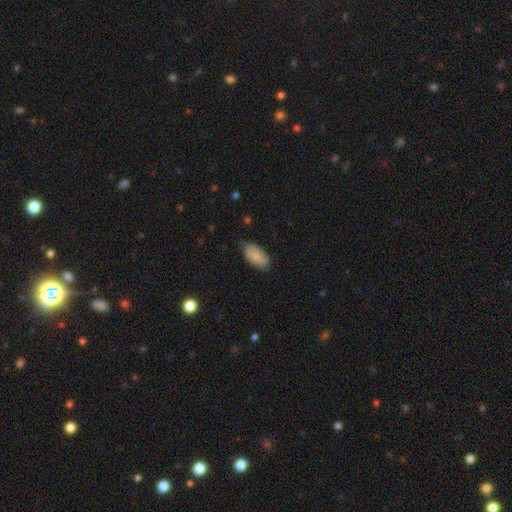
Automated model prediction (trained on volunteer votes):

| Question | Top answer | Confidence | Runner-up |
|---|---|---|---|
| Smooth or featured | smooth | 84% | featured or disk (9%) |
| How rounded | in between | 94% | cigar-shaped (4%) |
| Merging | none | 68% | minor disturbance (27%) |